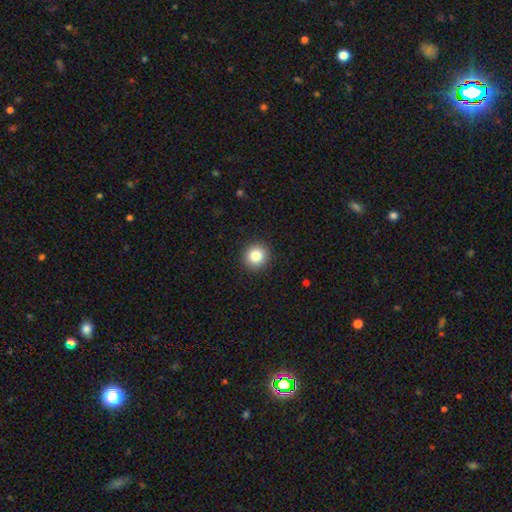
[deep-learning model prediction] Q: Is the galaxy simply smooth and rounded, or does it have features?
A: smooth — 82%.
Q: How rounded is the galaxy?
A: round — 93%.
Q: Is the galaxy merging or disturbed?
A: none — 93%.